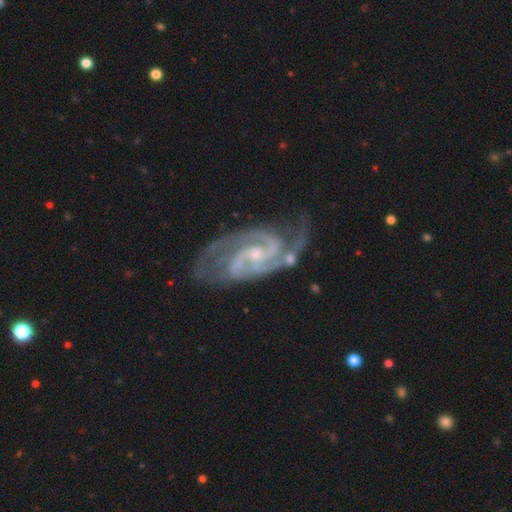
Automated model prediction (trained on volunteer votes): A featured or disk galaxy (92%) with a weak bar (47%), 2 (75%) medium (53%) spiral arms (98%) and a small central bulge (65%). Merging: none (66%).